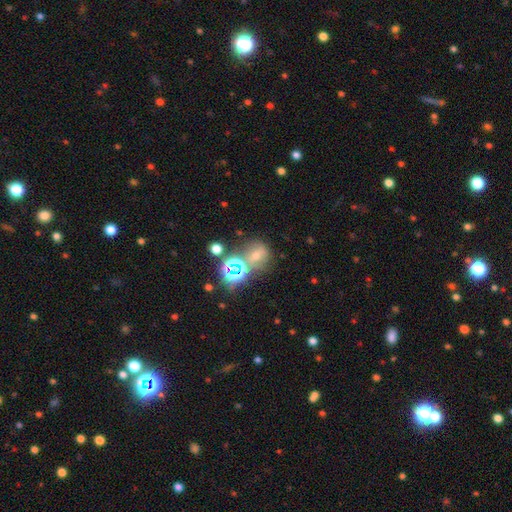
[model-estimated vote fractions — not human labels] Morphology: type=star or artifact (53%).